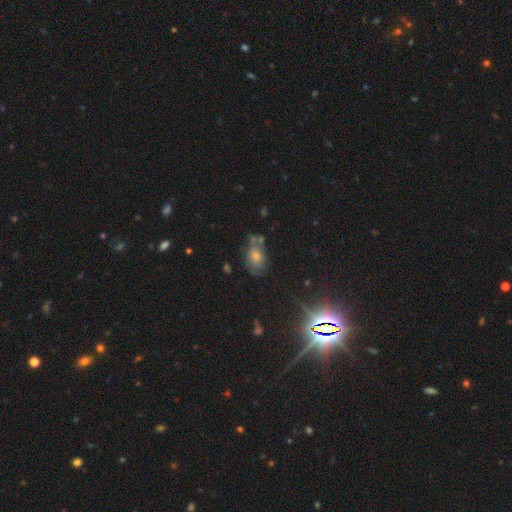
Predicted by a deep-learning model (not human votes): Smooth or featured?
  - smooth: 58% *
  - featured or disk: 23%
  - star or artifact: 19%
How rounded?
  - in between: 82% *
  - round: 15%
  - cigar-shaped: 2%
Merging?
  - none: 53% *
  - minor disturbance: 25%
  - merger: 11%
  - major disturbance: 10%